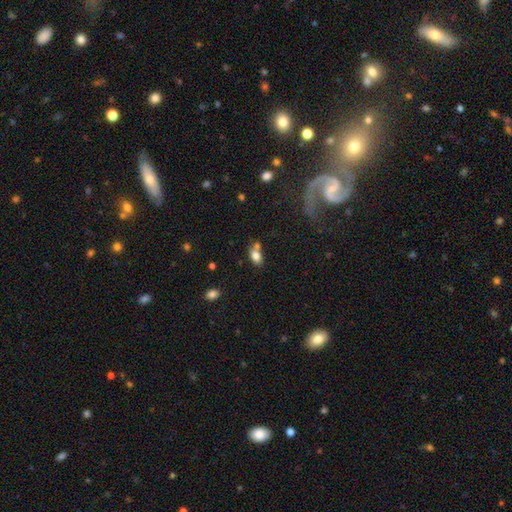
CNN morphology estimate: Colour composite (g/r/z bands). It shows a smooth galaxy with no disk features (78%) that is in between round and cigar-shaped (85%). Merging: none (47%).